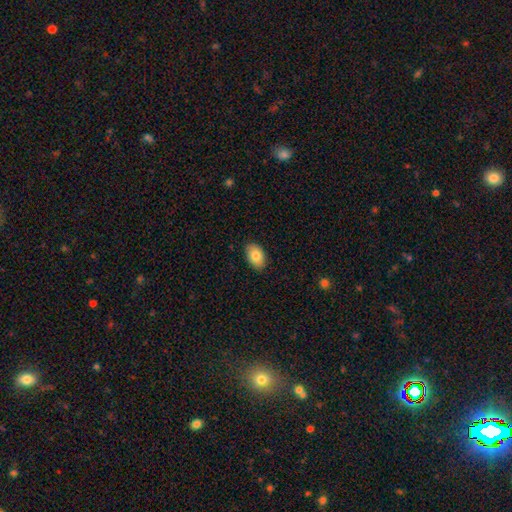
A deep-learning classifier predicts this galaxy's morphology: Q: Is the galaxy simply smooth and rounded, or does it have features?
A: smooth — 83%.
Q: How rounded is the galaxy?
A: in between — 89%.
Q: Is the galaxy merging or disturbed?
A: none — 89%.